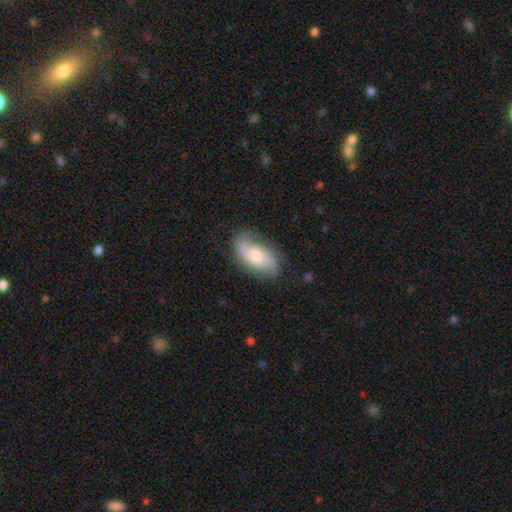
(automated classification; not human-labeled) Smooth or featured: featured or disk — 62% (smooth — 31%)
Edge-on disk: no — 94% (yes — 6%)
Bar: no — 63% (weak — 30%)
Spiral arms: yes — 89% (no — 11%)
Spiral winding: medium — 40% (loose — 36%)
Spiral arm count: 2 — 73% (can't tell — 13%)
Bulge size: moderate — 56% (small — 21%)
Merging: none — 68% (minor disturbance — 21%)